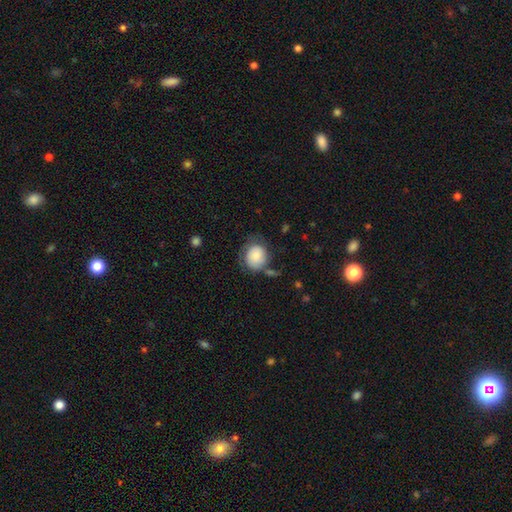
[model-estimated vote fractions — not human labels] smooth-or-featured: smooth: 70% | featured or disk: 23% | star or artifact: 8%
  how-rounded: round: 70% | in between: 29% | cigar-shaped: 1%
  merging: none: 51% | minor disturbance: 28% | major disturbance: 16% | merger: 5%